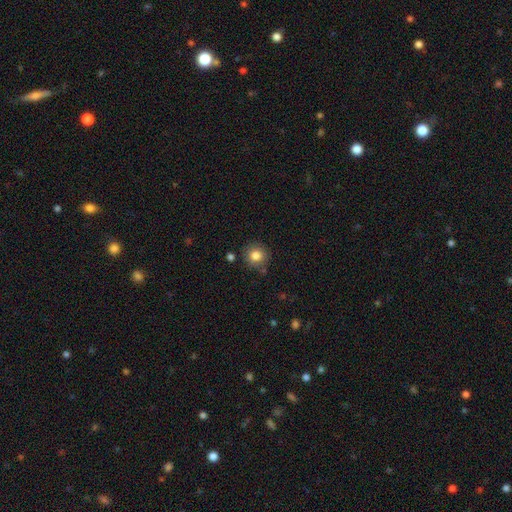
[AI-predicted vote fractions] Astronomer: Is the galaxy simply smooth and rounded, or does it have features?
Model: smooth — 82%.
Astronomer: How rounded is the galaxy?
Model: round — 92%.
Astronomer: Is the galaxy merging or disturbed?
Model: none — 85%.